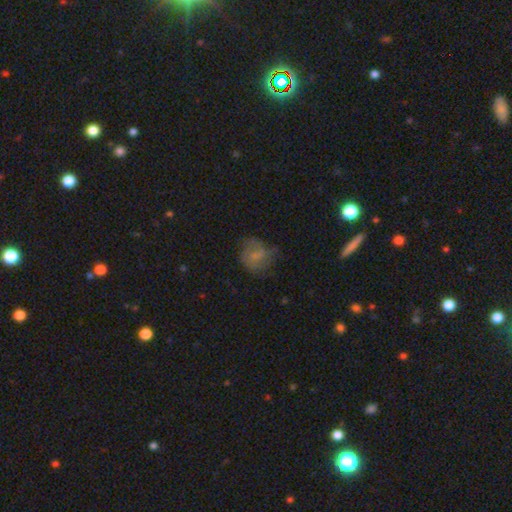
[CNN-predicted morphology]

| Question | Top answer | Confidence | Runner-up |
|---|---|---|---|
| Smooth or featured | smooth | 58% | featured or disk (29%) |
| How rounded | round | 69% | in between (30%) |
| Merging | none | 51% | minor disturbance (26%) |